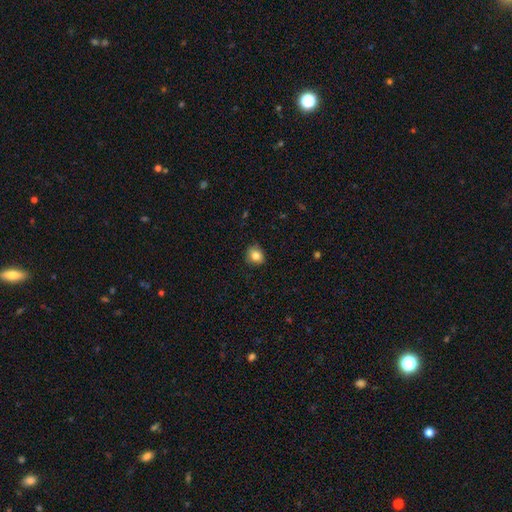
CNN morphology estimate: This appears to be a smooth galaxy with no disk features (83%) that is round (63%). Merging: none (80%).